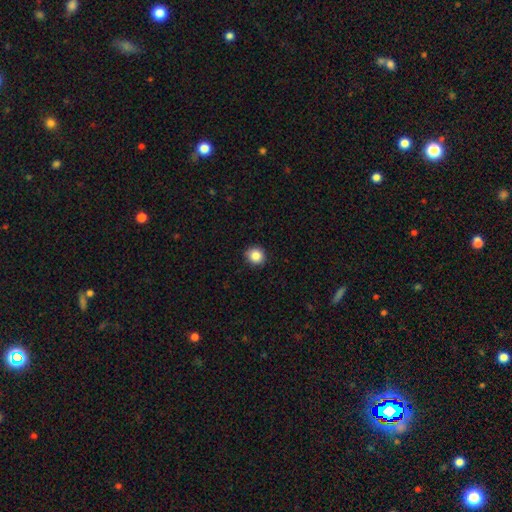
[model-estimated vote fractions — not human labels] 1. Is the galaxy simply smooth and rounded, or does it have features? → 86% smooth, 10% star or artifact, 4% featured or disk.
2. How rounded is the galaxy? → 91% round, 8% in between, 1% cigar-shaped.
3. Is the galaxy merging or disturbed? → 90% none, 7% minor disturbance, 2% major disturbance, 1% merger.